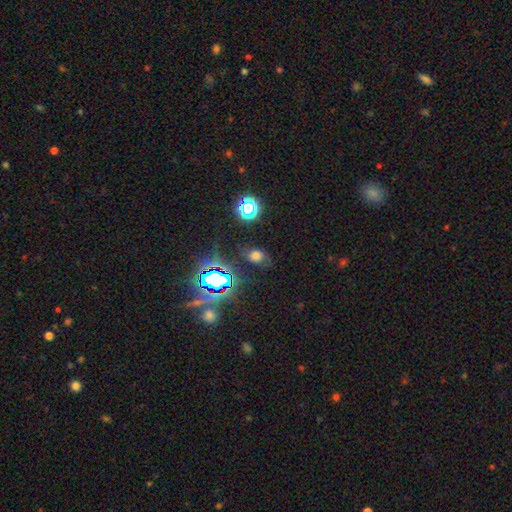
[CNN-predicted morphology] Smooth or featured: smooth — 56% (star or artifact — 33%)
How rounded: in between — 66% (round — 32%)
Merging: none — 70% (minor disturbance — 18%)